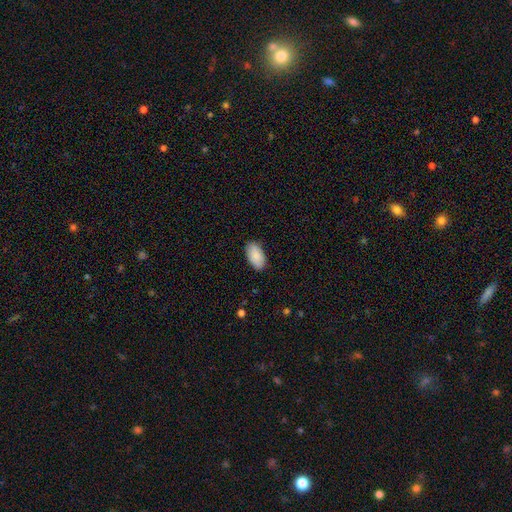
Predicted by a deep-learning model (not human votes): This appears to be a smooth galaxy with no disk features (89%) that is in between round and cigar-shaped (95%). Merging: none (87%).